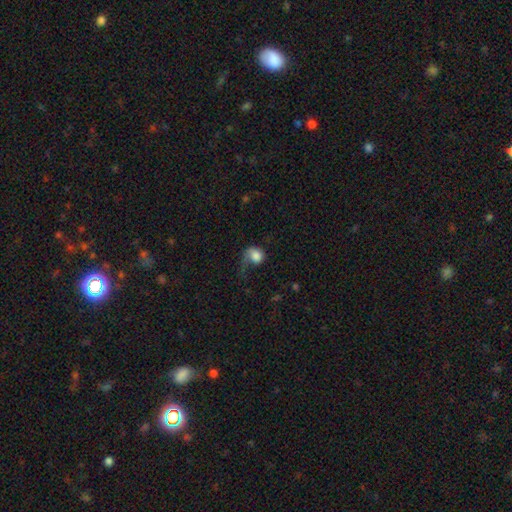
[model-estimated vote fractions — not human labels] smooth 66%, featured or disk 26%, star or artifact 9%. Down the decision tree: how rounded — round (61%); merging — major disturbance (50%).